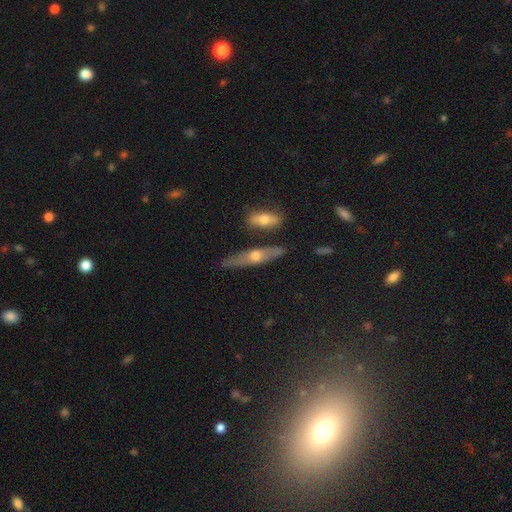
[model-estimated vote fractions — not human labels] A featured or disk galaxy (60%) viewed edge-on (85%) with a rounded central bulge (91%).

Vote fractions:
- Smooth or featured? featured or disk: 60% / smooth: 28% / star or artifact: 12%
- Edge-on disk? yes: 85% / no: 15%
- Edge-on bulge? rounded: 91% / none: 6% / boxy: 3%
- Merging? none: 76% / minor disturbance: 13% / merger: 8% / major disturbance: 3%